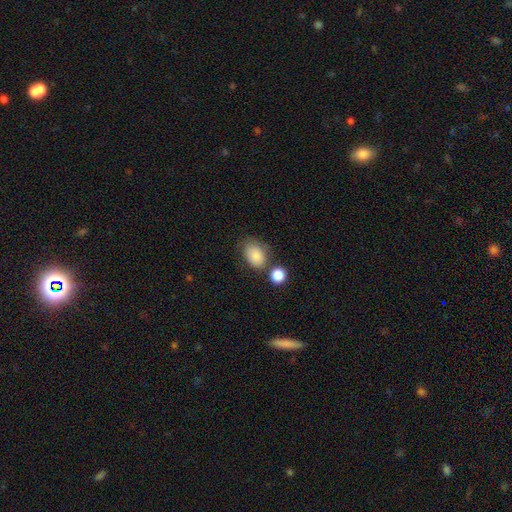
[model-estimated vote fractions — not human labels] Smooth or featured? smooth (84%)
How rounded? in between (77%)
Merging? none (59%)